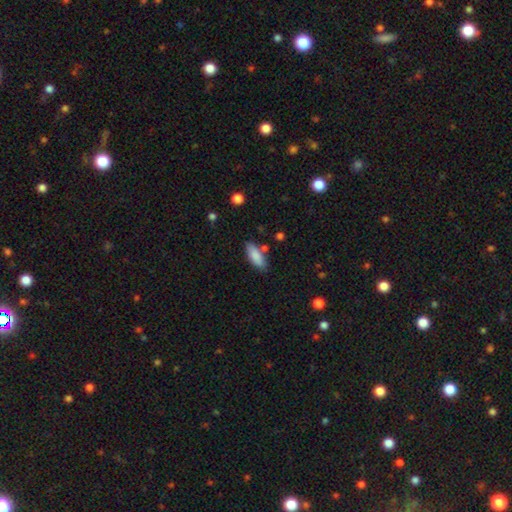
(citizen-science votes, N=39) smooth_or_featured: smooth (p=0.82) [alt: featured or disk p=0.13]
how_rounded: in between (p=0.69) [alt: cigar-shaped p=0.31]
merging: none (p=0.73) [alt: minor disturbance p=0.14]